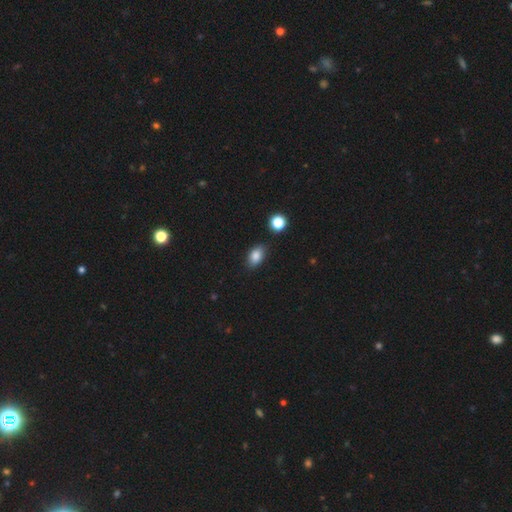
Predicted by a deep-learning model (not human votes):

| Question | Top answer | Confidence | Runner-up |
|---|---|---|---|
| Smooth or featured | smooth | 85% | star or artifact (9%) |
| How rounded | in between | 86% | round (12%) |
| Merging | none | 81% | minor disturbance (13%) |